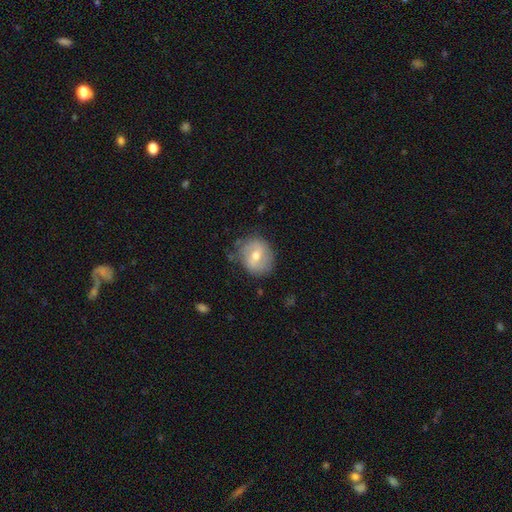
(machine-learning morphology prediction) type=smooth (47%); merging=none (74%).